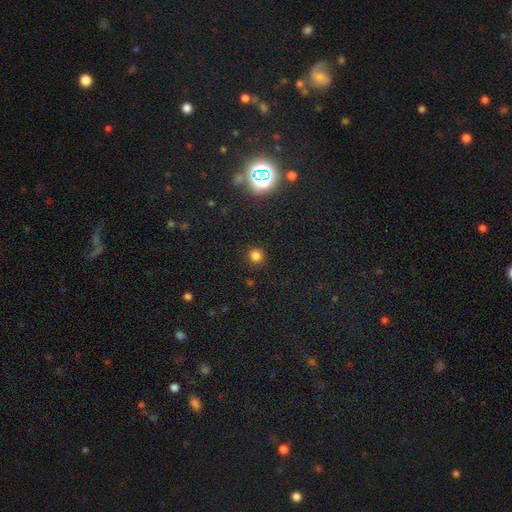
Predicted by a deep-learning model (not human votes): This appears to be a smooth galaxy with no disk features (79%) that is round (88%). Merging: none (88%).